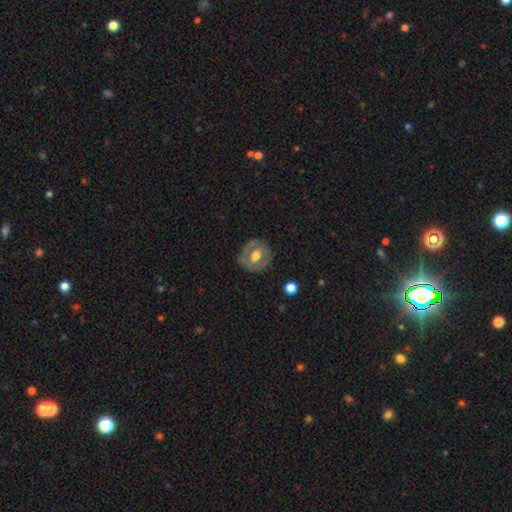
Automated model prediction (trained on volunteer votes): smooth_or_featured: featured or disk (p=0.58) [alt: smooth p=0.36]
disk_edge_on: no (p=0.95) [alt: yes p=0.05]
bar: no (p=0.49) [alt: weak p=0.36]
has_spiral_arms: no (p=0.70) [alt: yes p=0.30]
bulge_size: moderate (p=0.60) [alt: large p=0.28]
merging: none (p=0.76) [alt: minor disturbance p=0.16]